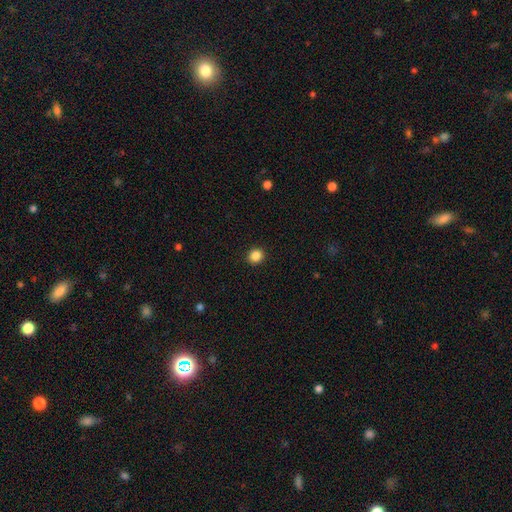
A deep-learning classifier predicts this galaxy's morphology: smooth 86%, star or artifact 11%, featured or disk 3%. Down the decision tree: how rounded — round (87%); merging — none (92%).